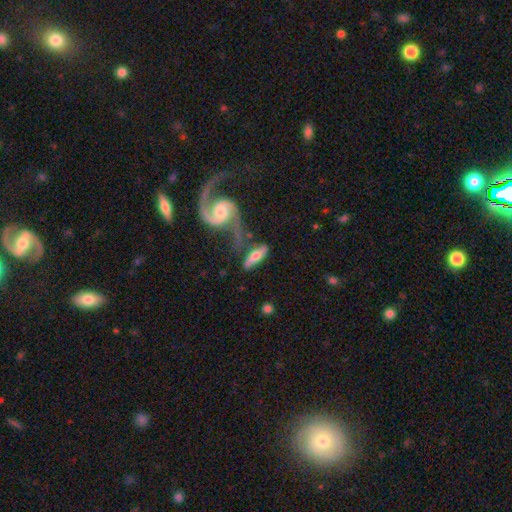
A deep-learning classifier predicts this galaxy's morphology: A featured or disk galaxy (57%).

Vote fractions:
- Smooth or featured? featured or disk: 57% / smooth: 37% / star or artifact: 6%
- Edge-on disk? no: 55% / yes: 45%
- Merging? none: 45% / merger: 27% / minor disturbance: 18% / major disturbance: 10%